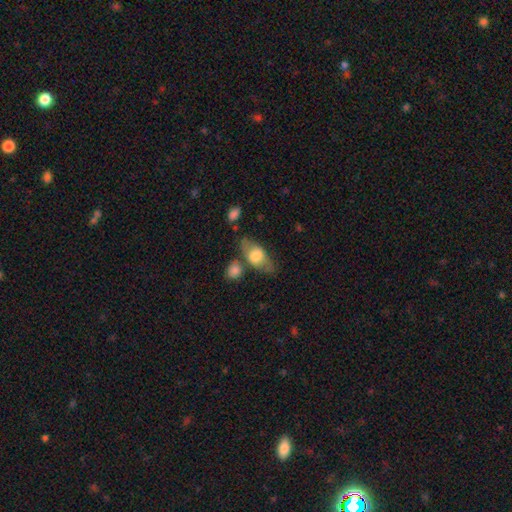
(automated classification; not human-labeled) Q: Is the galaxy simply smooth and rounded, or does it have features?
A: smooth — 60%.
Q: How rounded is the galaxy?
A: in between — 78%.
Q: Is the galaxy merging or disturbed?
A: none — 63%.